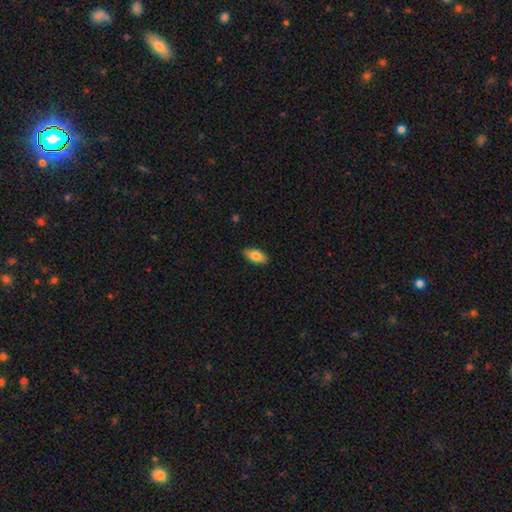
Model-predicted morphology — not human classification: A smooth galaxy with no disk features (82%) that is in between round and cigar-shaped (90%).

Vote fractions:
- Smooth or featured? smooth: 82% / featured or disk: 12% / star or artifact: 7%
- How rounded? in between: 90% / cigar-shaped: 7% / round: 3%
- Merging? none: 88% / minor disturbance: 9% / major disturbance: 2% / merger: 1%